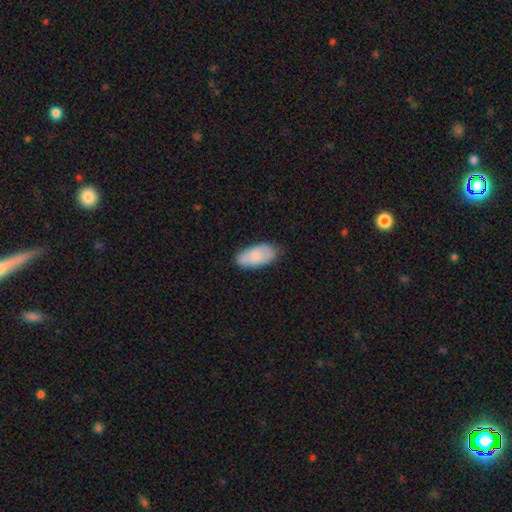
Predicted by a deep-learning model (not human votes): Overall: smooth (78%). How rounded: in between (93%). Merging: none (73%).